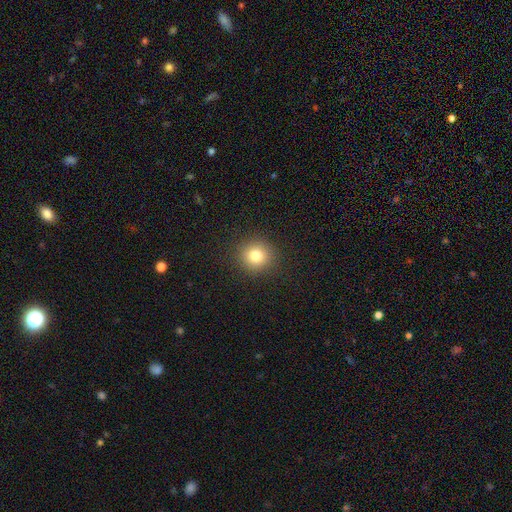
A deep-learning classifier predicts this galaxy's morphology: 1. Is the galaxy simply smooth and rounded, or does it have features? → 81% smooth, 12% star or artifact, 7% featured or disk.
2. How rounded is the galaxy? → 90% round, 10% in between, 1% cigar-shaped.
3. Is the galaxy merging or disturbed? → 90% none, 6% minor disturbance, 2% major disturbance, 1% merger.